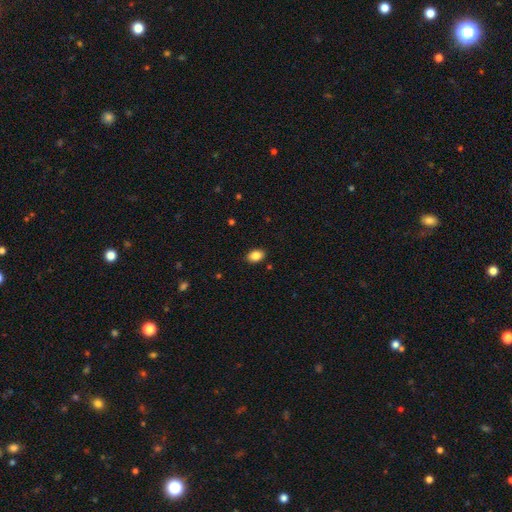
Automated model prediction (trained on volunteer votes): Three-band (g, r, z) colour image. It shows a smooth galaxy with no disk features (86%) that is in between round and cigar-shaped (82%). Merging: none (89%).